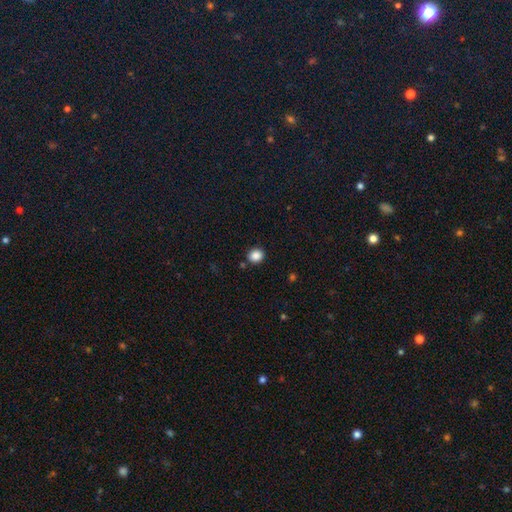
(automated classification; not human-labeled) smooth-or-featured: smooth: 87% | star or artifact: 11% | featured or disk: 3%
  how-rounded: round: 81% | in between: 18% | cigar-shaped: 1%
  merging: none: 88% | minor disturbance: 7% | merger: 3% | major disturbance: 2%